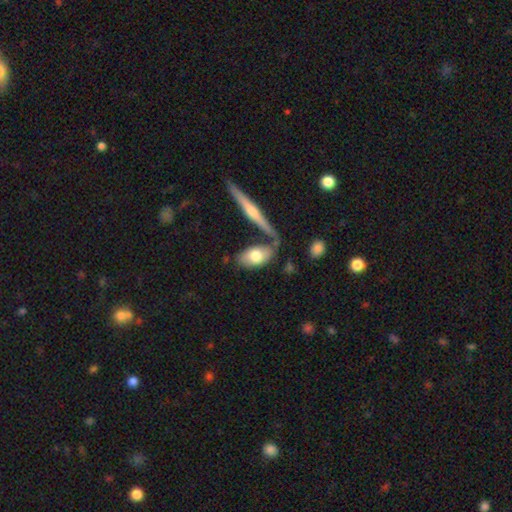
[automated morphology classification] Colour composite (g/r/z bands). It shows a smooth galaxy with no disk features (66%) that is in between round and cigar-shaped (86%). Merging: none (56%).